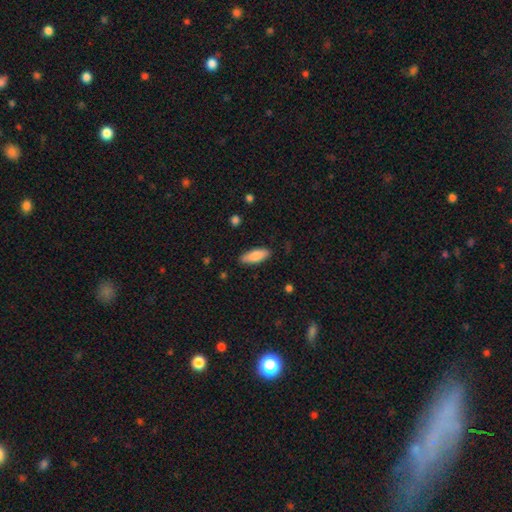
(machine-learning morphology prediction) The model was most divided on "how rounded": in between: 67%, cigar-shaped: 31%, round: 2%. More confident: merging — none (85%); smooth or featured — smooth (84%).